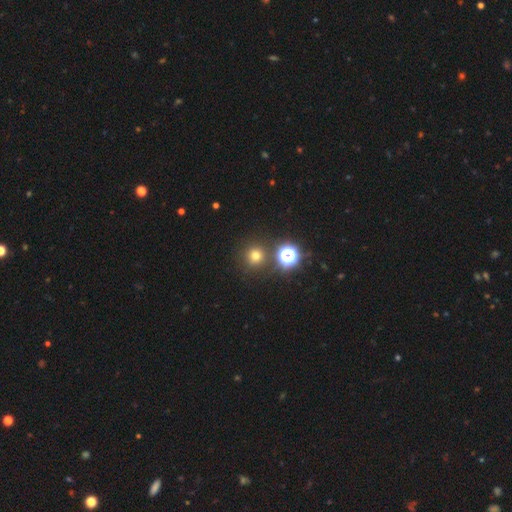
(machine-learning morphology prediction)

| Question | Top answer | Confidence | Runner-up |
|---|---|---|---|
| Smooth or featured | smooth | 69% | star or artifact (24%) |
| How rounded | round | 94% | in between (5%) |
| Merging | none | 85% | minor disturbance (7%) |